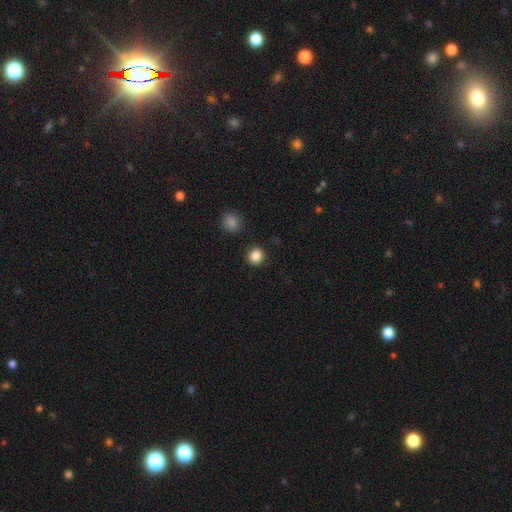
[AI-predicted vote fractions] Morphology: type=smooth (86%); roundness=round (92%); merging=none (91%).